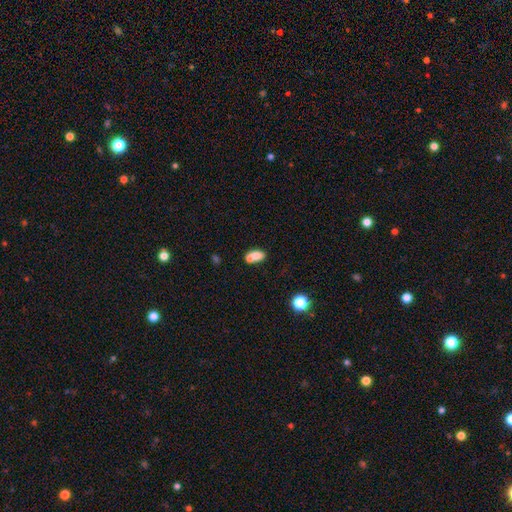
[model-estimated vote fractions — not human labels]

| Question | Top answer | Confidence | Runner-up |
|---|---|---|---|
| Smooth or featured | smooth | 76% | featured or disk (15%) |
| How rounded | in between | 83% | round (13%) |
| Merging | merger | 49% | none (34%) |